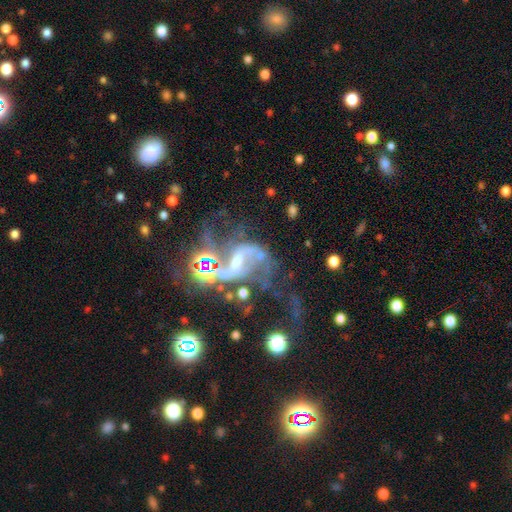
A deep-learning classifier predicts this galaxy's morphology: type=featured or disk (79%); edge-on=no (97%); bar=weak (41%); spiral arms=yes (90%); winding=loose (62%); arm count=2 (83%); bulge=small (41%); merging=none (34%).